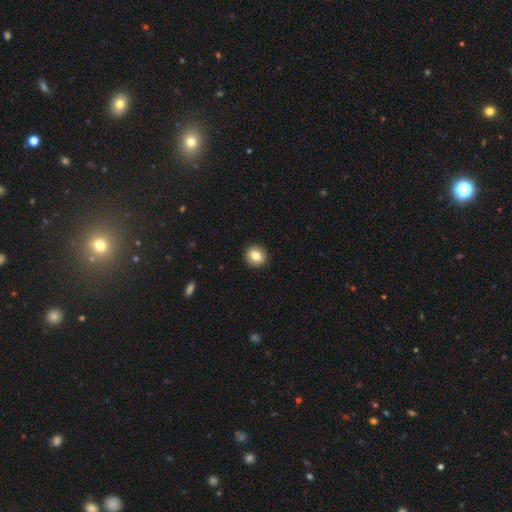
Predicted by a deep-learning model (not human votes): smooth_or_featured: smooth (p=0.82) [alt: featured or disk p=0.10]
how_rounded: round (p=0.89) [alt: in between p=0.10]
merging: none (p=0.92) [alt: minor disturbance p=0.05]